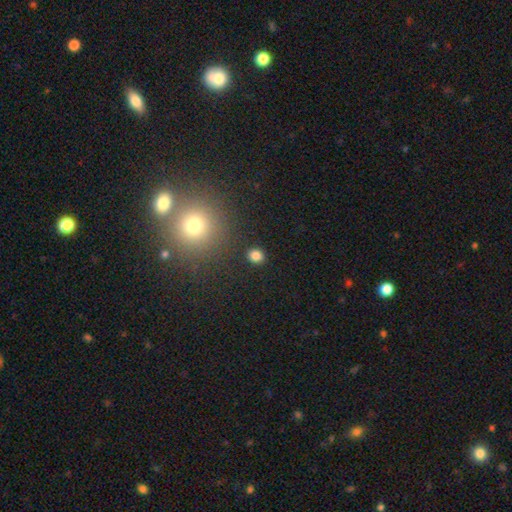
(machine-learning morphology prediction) Smooth or featured? smooth (83%)
How rounded? round (72%)
Merging? none (88%)